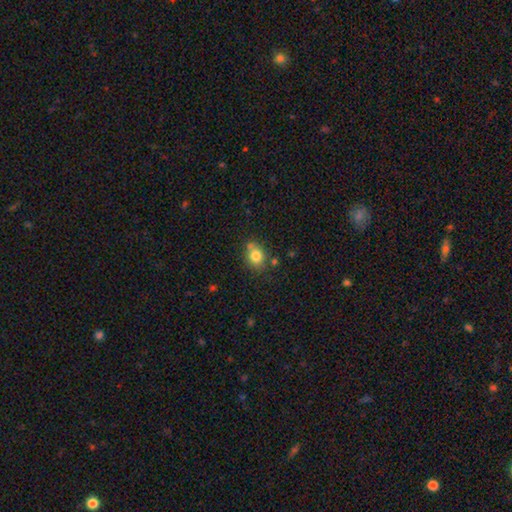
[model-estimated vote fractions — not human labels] A smooth galaxy with no disk features (79%) that is round (51%).

Vote fractions:
- Smooth or featured? smooth: 79% / star or artifact: 10% / featured or disk: 10%
- How rounded? round: 51% / in between: 48% / cigar-shaped: 1%
- Merging? none: 67% / minor disturbance: 17% / merger: 12% / major disturbance: 4%